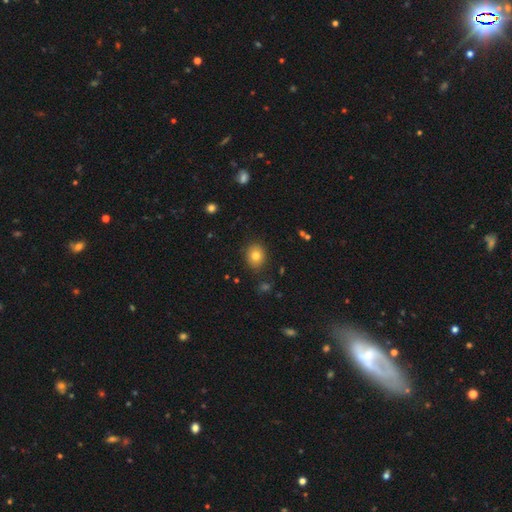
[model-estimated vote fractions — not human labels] The model was most divided on "how rounded": round: 63%, in between: 36%, cigar-shaped: 1%. More confident: merging — none (87%); smooth or featured — smooth (80%).